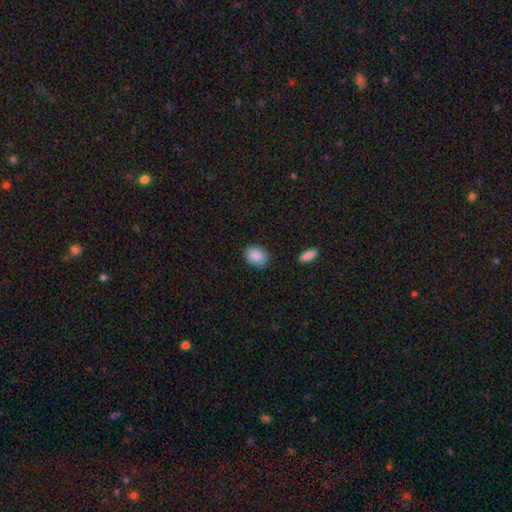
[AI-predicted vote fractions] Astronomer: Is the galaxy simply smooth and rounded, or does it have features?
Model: smooth — 88%.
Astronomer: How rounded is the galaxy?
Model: in between — 60% (runner-up: round, 39%).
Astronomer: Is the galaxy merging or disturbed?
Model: none — 80%.